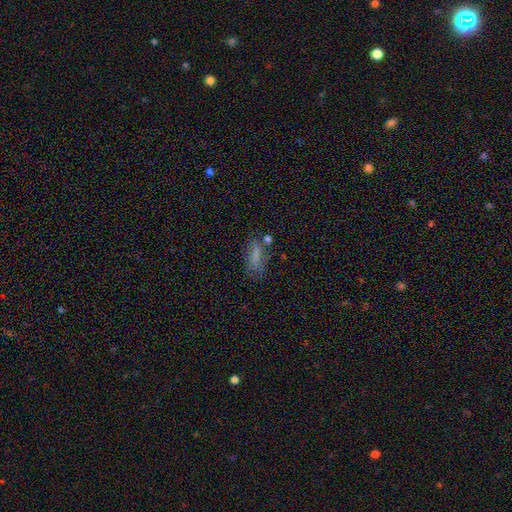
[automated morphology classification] This is likely a smooth galaxy (71%). How rounded: likely in between (60%). Merging: possibly none (58%).